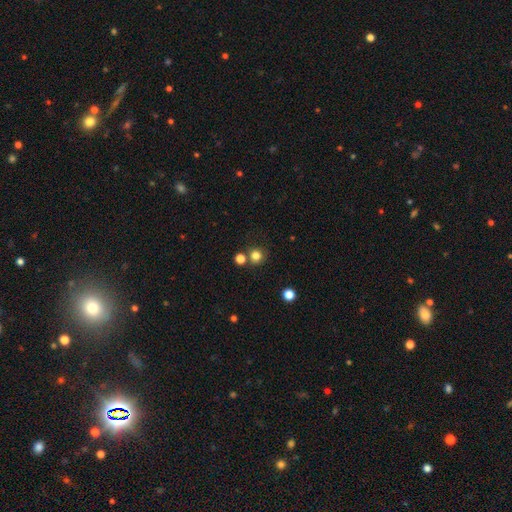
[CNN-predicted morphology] A smooth galaxy with no disk features (80%) that is round (91%). Merging: none (75%).